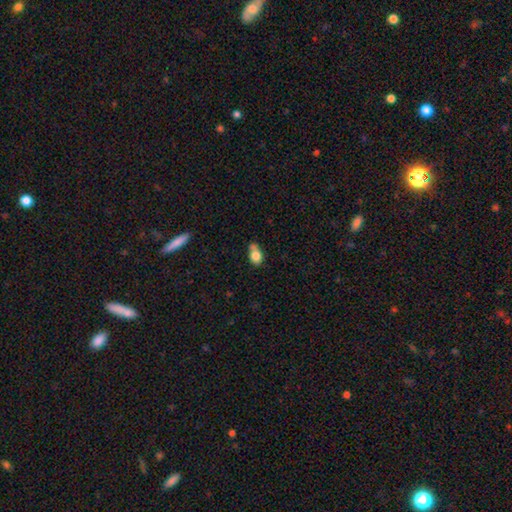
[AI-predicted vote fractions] smooth_or_featured: smooth (p=0.79) [alt: featured or disk p=0.12]
how_rounded: in between (p=0.72) [alt: round p=0.25]
merging: none (p=0.42) [alt: minor disturbance p=0.25]